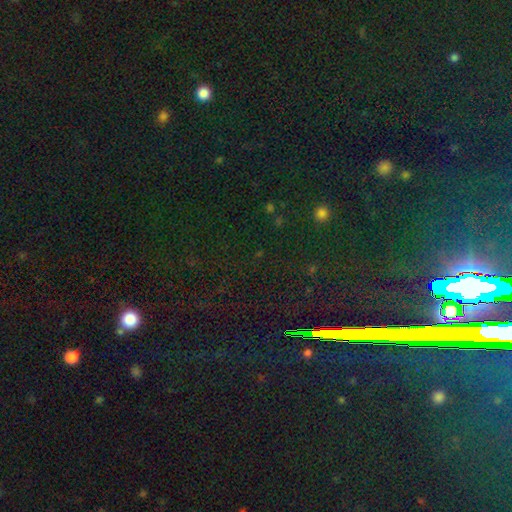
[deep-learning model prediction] Overall: star or artifact (79%).